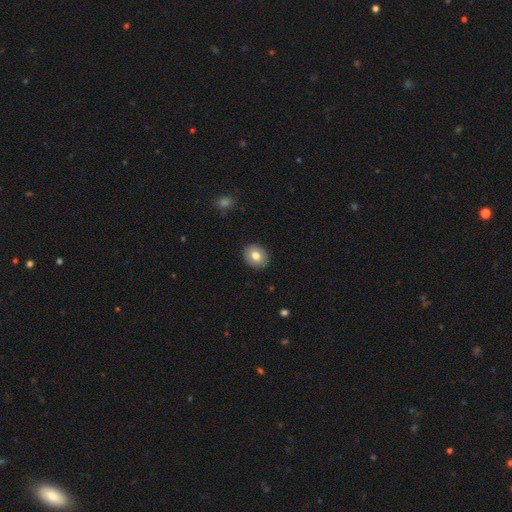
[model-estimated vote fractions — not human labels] Smooth or featured: smooth — 78% (featured or disk — 14%)
How rounded: round — 61% (in between — 38%)
Merging: none — 91% (minor disturbance — 6%)